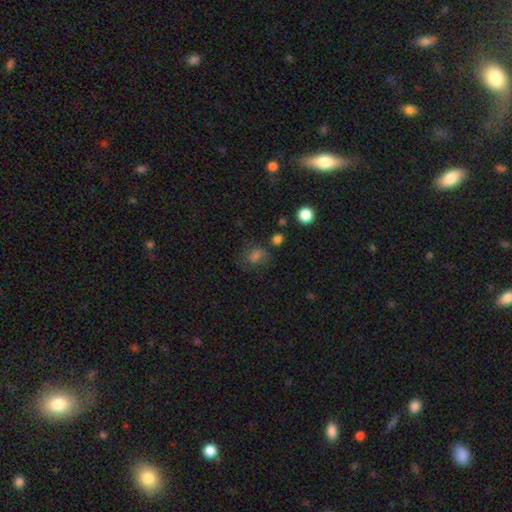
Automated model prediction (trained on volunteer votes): smooth-or-featured: smooth: 56% | star or artifact: 27% | featured or disk: 16%
  how-rounded: round: 51% | in between: 47% | cigar-shaped: 2%
  merging: none: 60% | minor disturbance: 21% | major disturbance: 14% | merger: 6%